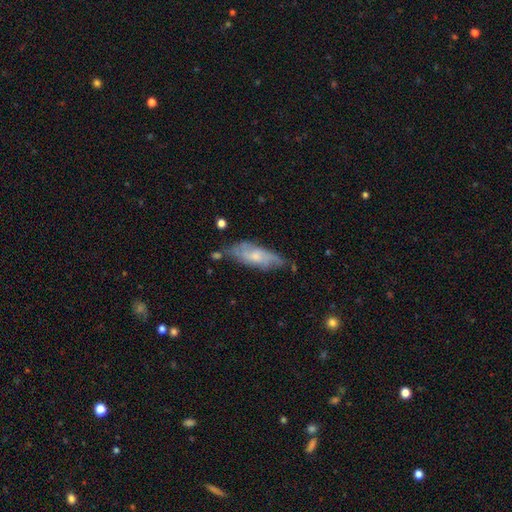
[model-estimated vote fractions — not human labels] Smooth or featured? Predicted: featured or disk (p=0.56). Edge-on disk? Predicted: no (p=0.79). Merging? Predicted: none (p=0.59).